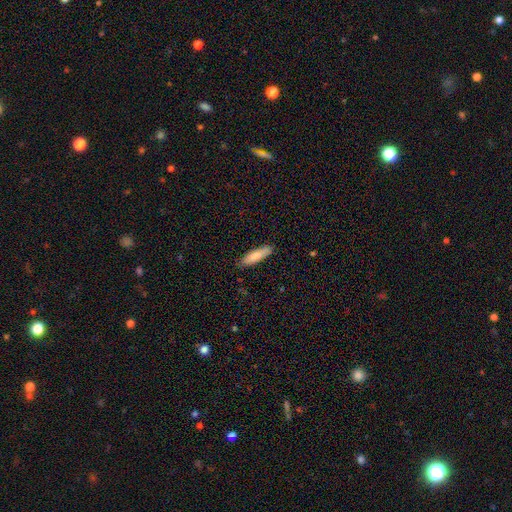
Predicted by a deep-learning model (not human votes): Overall: smooth (79%). How rounded: cigar-shaped (67%; in between 32%). Merging: none (87%).